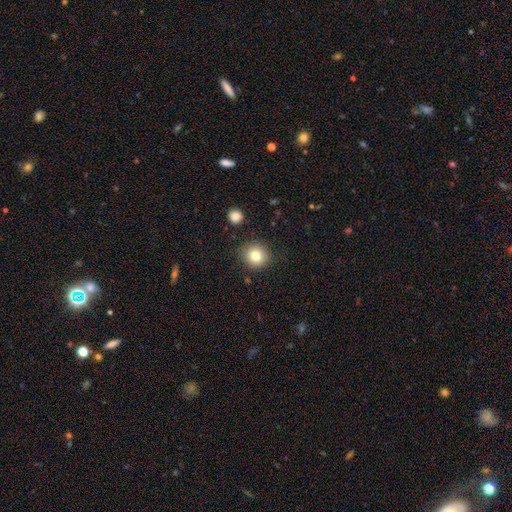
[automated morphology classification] Smooth or featured? Predicted: smooth (p=0.80). How rounded? Predicted: round (p=0.92). Merging? Predicted: none (p=0.88).